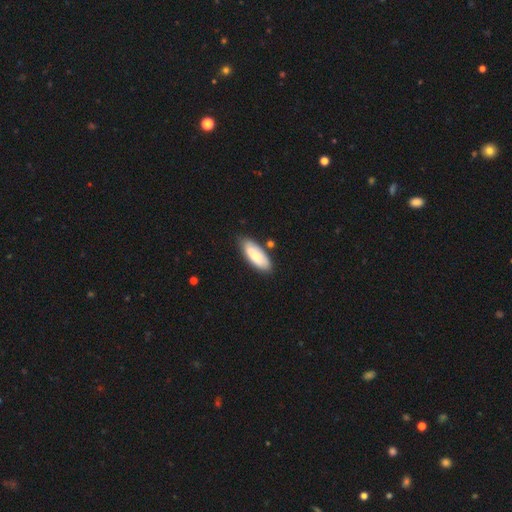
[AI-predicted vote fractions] Overall: smooth (78%). How rounded: in between (78%). Merging: none (77%).